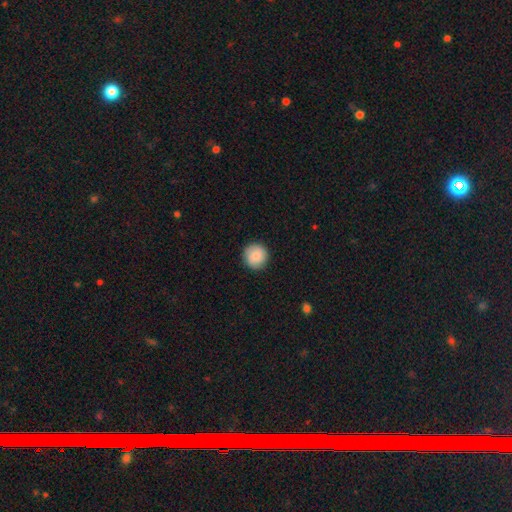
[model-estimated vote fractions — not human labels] This is clearly a smooth galaxy (86%). How rounded: clearly round (95%). Merging: clearly none (91%).